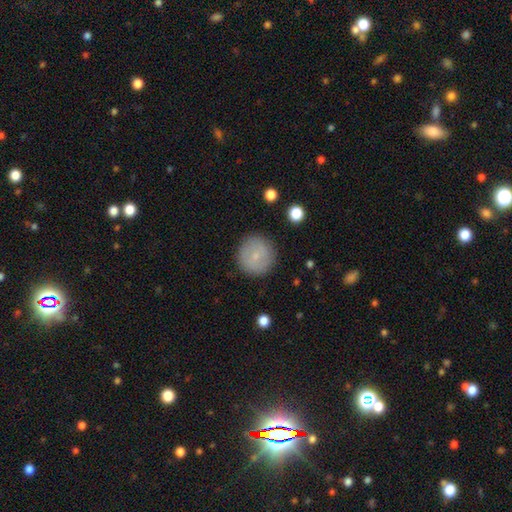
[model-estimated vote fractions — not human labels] smooth-or-featured: smooth: 73% | featured or disk: 19% | star or artifact: 7%
  how-rounded: round: 94% | in between: 5% | cigar-shaped: 1%
  merging: none: 88% | minor disturbance: 8% | major disturbance: 3% | merger: 1%